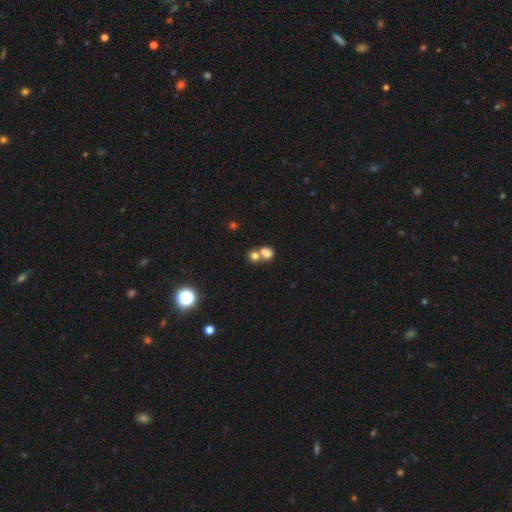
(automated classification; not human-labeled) This is likely a smooth galaxy (73%). How rounded: likely round (67%). Merging: possibly merger (59%).